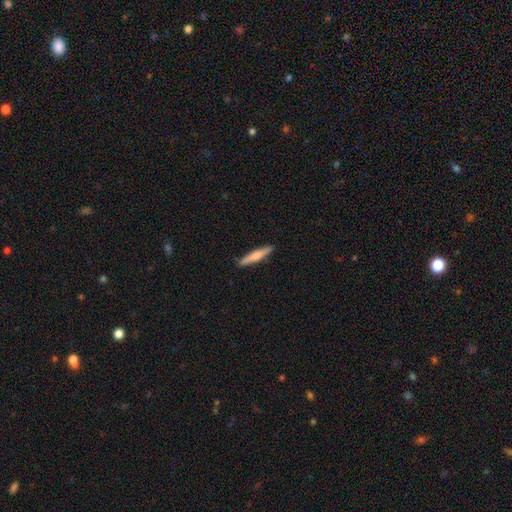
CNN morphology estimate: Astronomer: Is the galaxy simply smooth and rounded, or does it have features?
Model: smooth — 61%.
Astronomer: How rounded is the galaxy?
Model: cigar-shaped — 91%.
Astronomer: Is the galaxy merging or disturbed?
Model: none — 90%.